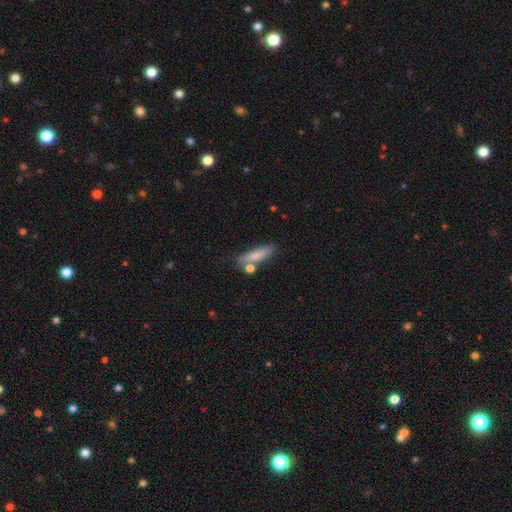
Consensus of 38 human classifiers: Volunteers were most divided on "how rounded": cigar-shaped: 58%, in between: 39%, round: 3%. More confident: smooth or featured — smooth (87%); merging — none (76%).